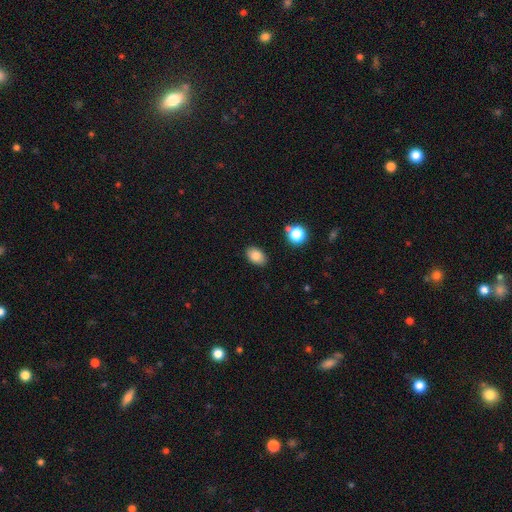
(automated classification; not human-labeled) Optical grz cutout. It shows a smooth galaxy with no disk features (83%) that is in between round and cigar-shaped (85%). Merging: none (86%).